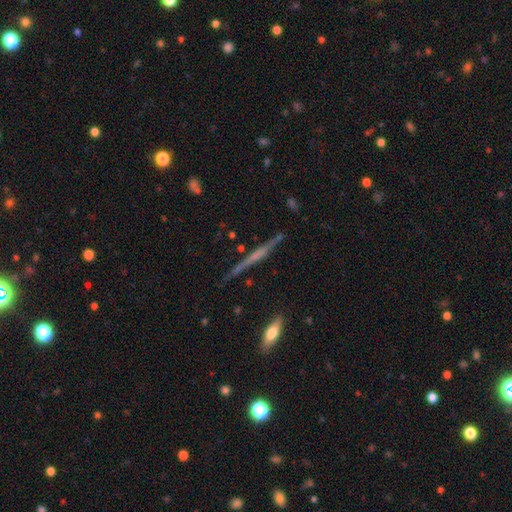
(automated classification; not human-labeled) A featured or disk galaxy (71%) viewed edge-on (97%) with no central bulge (46%).

Vote fractions:
- Smooth or featured? featured or disk: 71% / smooth: 20% / star or artifact: 9%
- Edge-on disk? yes: 97% / no: 3%
- Edge-on bulge? none: 46% / rounded: 37% / boxy: 17%
- Merging? none: 85% / minor disturbance: 10% / major disturbance: 2% / merger: 2%